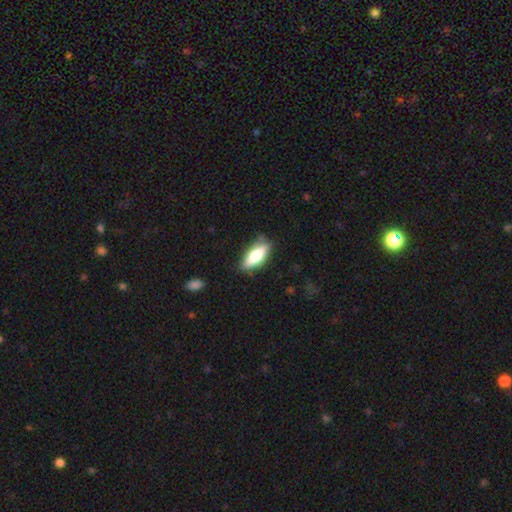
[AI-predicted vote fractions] This is likely a smooth galaxy (63%). How rounded: likely in between (65%). Merging: clearly none (80%).